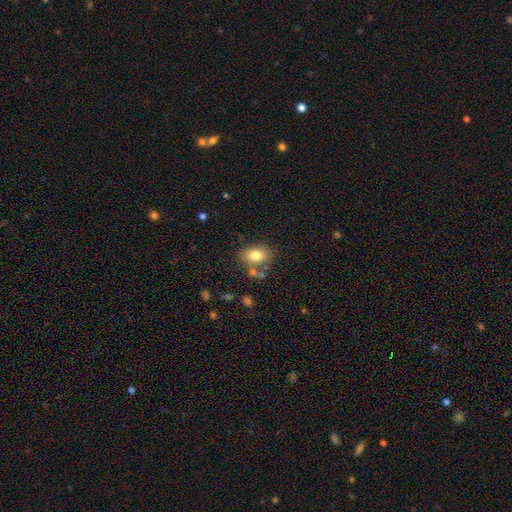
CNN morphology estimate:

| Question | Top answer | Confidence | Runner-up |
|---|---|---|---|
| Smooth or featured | smooth | 79% | featured or disk (12%) |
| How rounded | in between | 77% | round (21%) |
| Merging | none | 72% | minor disturbance (14%) |